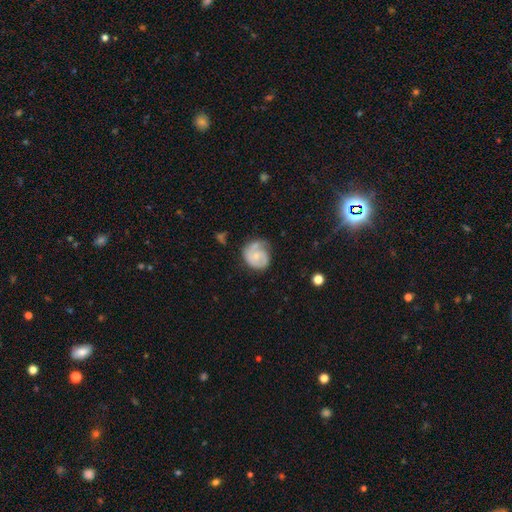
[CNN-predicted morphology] smooth-or-featured: featured or disk: 60% | smooth: 33% | star or artifact: 6%
  disk-edge-on: no: 98% | yes: 2%
    bar: no: 71% | weak: 25% | strong: 4%
    has-spiral-arms: yes: 86% | no: 14%
      spiral-winding: tight: 48% | medium: 35% | loose: 17%
      spiral-arm-count: 1: 41% | 2: 38% | can't tell: 15% | 3: 4% | 4: 1% | more than 4: 1%
    bulge-size: small: 60% | moderate: 29% | none: 9% | large: 2% | dominant: 1%
  merging: none: 51% | minor disturbance: 29% | major disturbance: 16% | merger: 3%